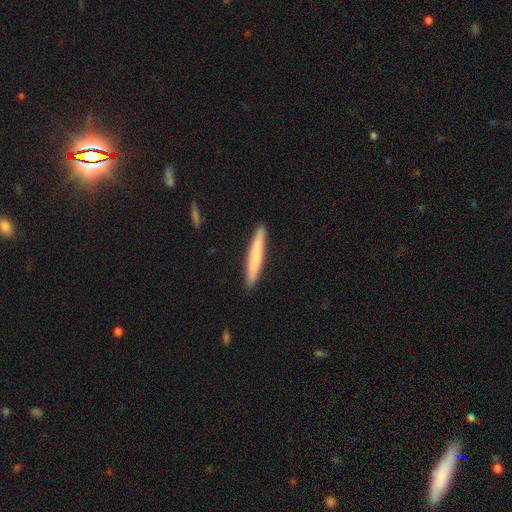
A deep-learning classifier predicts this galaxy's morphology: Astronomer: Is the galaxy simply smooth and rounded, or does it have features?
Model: smooth — 70%.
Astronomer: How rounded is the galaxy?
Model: cigar-shaped — 96%.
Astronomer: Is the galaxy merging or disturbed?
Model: none — 91%.